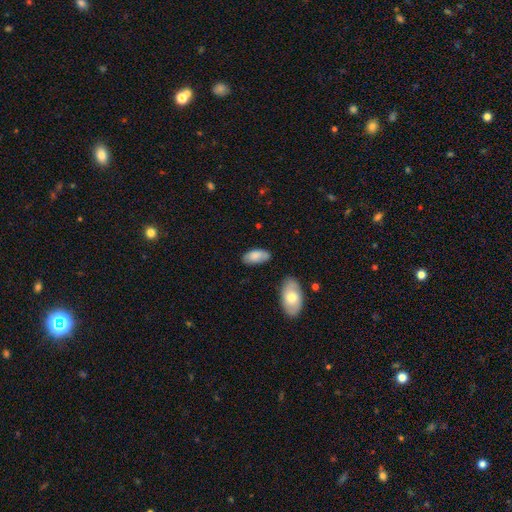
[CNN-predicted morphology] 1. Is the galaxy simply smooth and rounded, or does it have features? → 80% smooth, 14% featured or disk, 6% star or artifact.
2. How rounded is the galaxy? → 93% in between, 5% cigar-shaped, 2% round.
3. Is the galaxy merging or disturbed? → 73% none, 19% minor disturbance, 4% major disturbance, 4% merger.